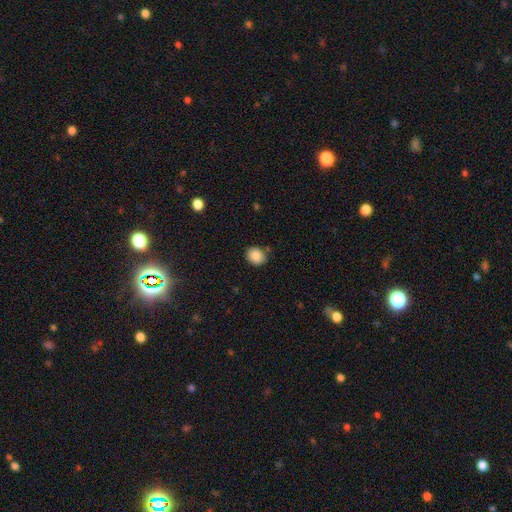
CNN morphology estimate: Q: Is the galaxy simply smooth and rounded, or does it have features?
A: smooth — 88%.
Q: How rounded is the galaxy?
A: round — 65%.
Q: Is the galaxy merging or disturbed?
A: none — 83%.